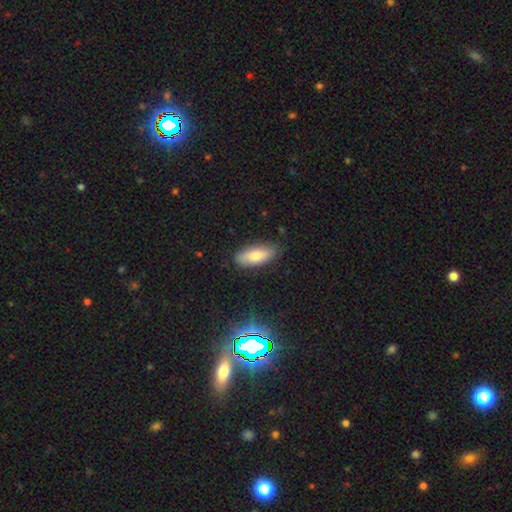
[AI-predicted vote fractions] smooth_or_featured: smooth (p=0.76) [alt: featured or disk p=0.15]
how_rounded: in between (p=0.79) [alt: cigar-shaped p=0.19]
merging: none (p=0.80) [alt: minor disturbance p=0.16]